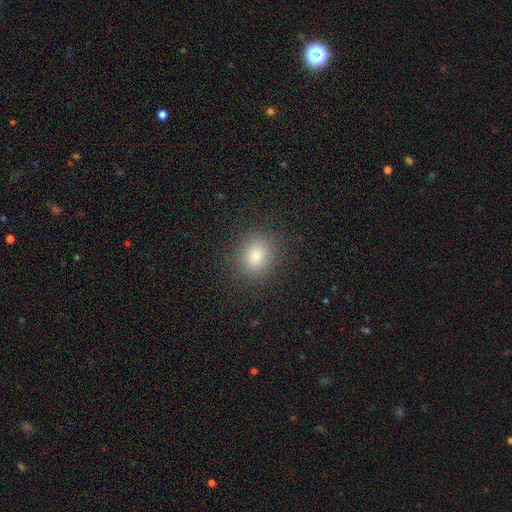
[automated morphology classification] Smooth or featured? smooth (83%)
How rounded? round (68%)
Merging? none (88%)